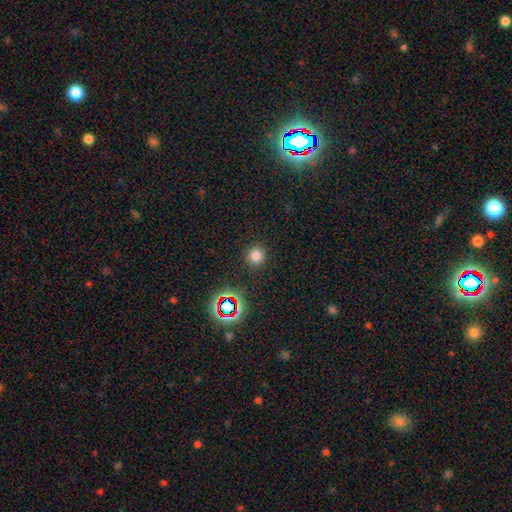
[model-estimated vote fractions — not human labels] Smooth or featured: smooth — 76% (star or artifact — 19%)
How rounded: round — 93% (in between — 6%)
Merging: none — 90% (minor disturbance — 6%)